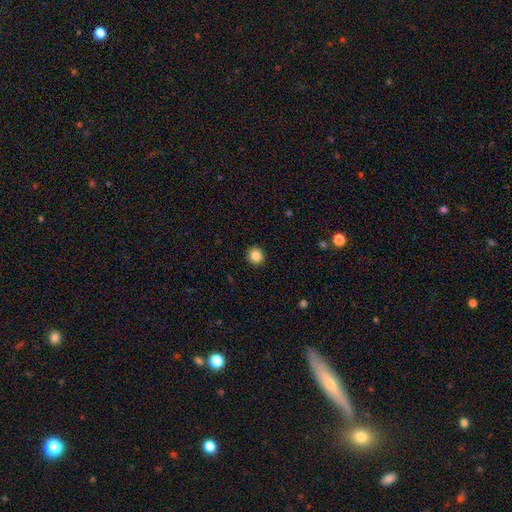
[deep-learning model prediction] Q: Smooth or featured?
A: smooth (85%); runner-up: star or artifact (10%)
Q: How rounded?
A: round (88%); runner-up: in between (11%)
Q: Merging?
A: none (92%); runner-up: minor disturbance (6%)